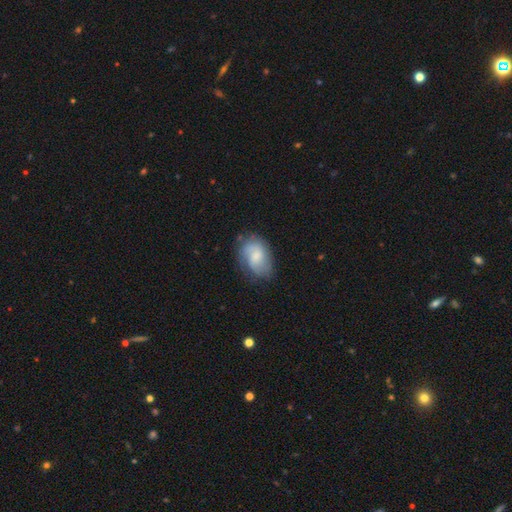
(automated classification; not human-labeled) Smooth or featured? smooth (51%)
How rounded? in between (79%)
Merging? none (61%)